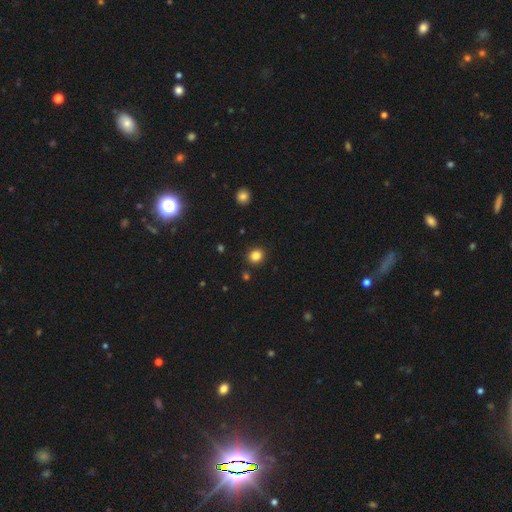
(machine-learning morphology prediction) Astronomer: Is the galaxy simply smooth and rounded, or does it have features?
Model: smooth — 84%.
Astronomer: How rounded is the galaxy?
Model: round — 83%.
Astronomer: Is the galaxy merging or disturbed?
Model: none — 90%.